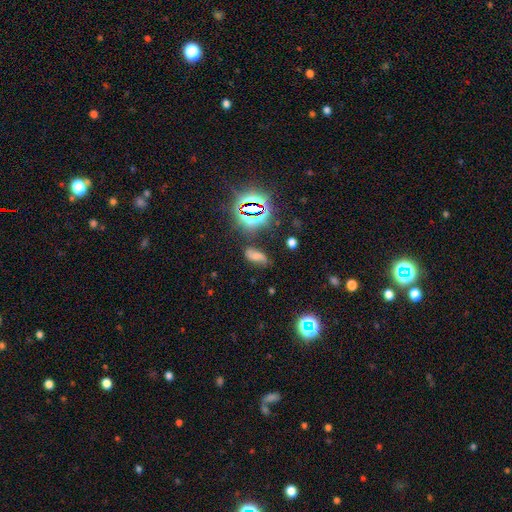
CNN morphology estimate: Smooth or featured: smooth — 37% (featured or disk — 34%)
Merging: none — 60% (minor disturbance — 24%)